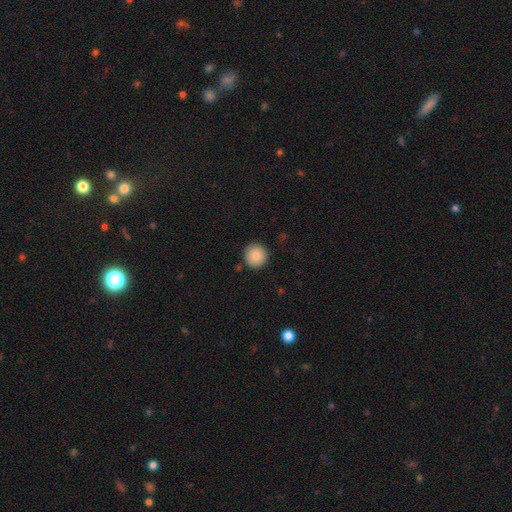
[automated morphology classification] type=smooth (87%); roundness=round (94%); merging=none (91%).